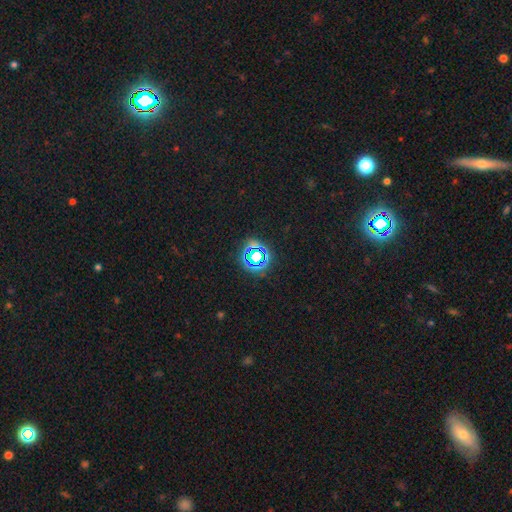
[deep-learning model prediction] Overall: star or artifact (64%; smooth 26%).